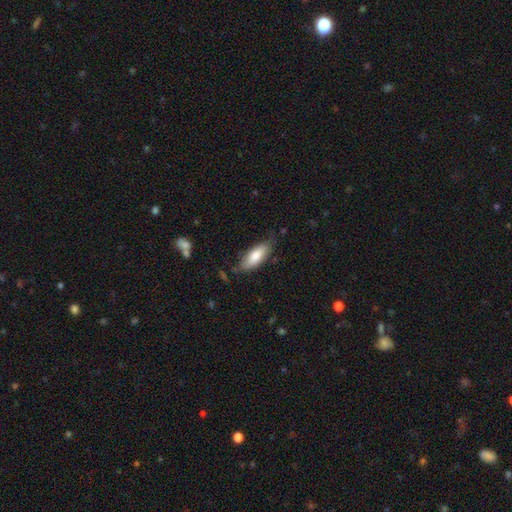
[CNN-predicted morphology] smooth-or-featured: smooth: 78% | featured or disk: 16% | star or artifact: 6%
  how-rounded: in between: 75% | cigar-shaped: 23% | round: 2%
  merging: none: 72% | minor disturbance: 22% | major disturbance: 4% | merger: 2%